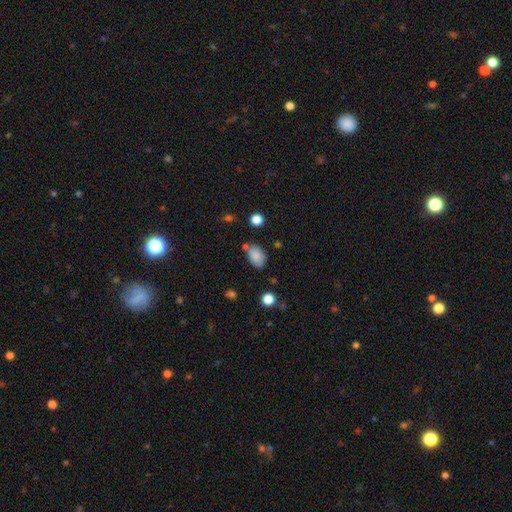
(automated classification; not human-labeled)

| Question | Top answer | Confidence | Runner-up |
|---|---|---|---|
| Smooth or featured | smooth | 85% | star or artifact (9%) |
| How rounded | in between | 87% | round (11%) |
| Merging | none | 66% | minor disturbance (20%) |